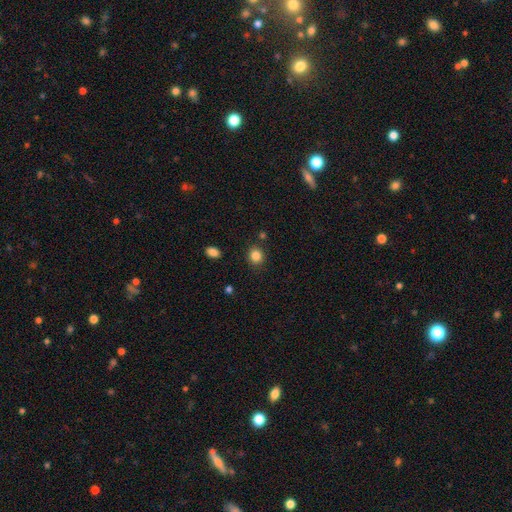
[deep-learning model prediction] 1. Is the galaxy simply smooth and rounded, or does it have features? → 85% smooth, 10% star or artifact, 4% featured or disk.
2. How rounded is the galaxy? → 79% round, 20% in between, 1% cigar-shaped.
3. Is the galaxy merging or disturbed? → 85% none, 9% minor disturbance, 3% merger, 3% major disturbance.